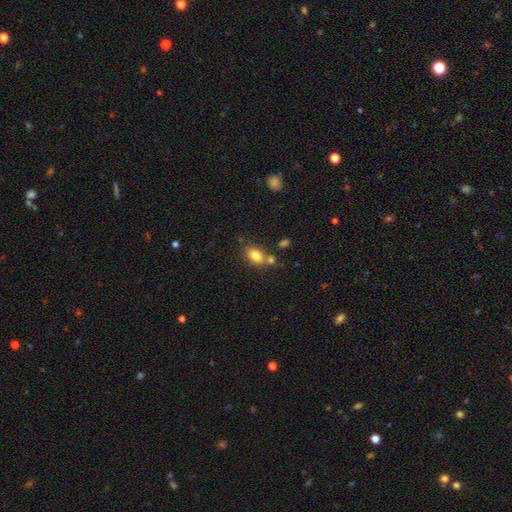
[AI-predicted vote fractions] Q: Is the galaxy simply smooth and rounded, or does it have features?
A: smooth — 81%.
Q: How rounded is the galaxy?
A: in between — 79%.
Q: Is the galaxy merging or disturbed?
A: none — 60%.